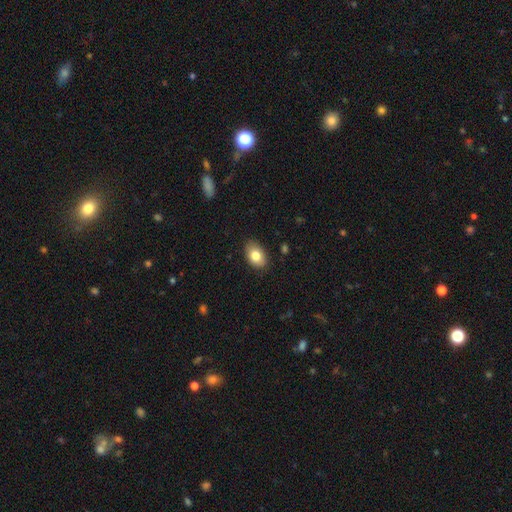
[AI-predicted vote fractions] The model was most divided on "smooth or featured": smooth: 82%, featured or disk: 11%, star or artifact: 8%. More confident: how rounded — in between (86%); merging — none (85%).